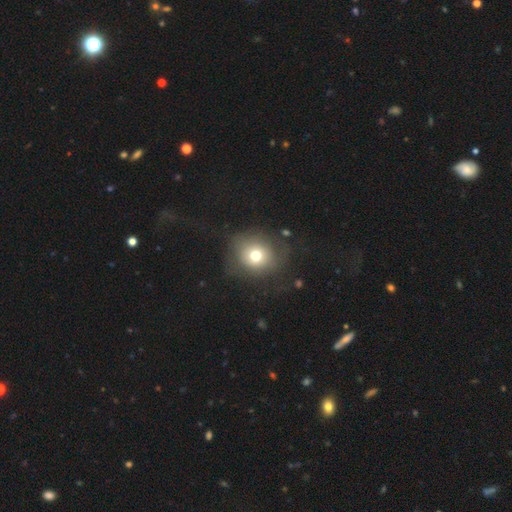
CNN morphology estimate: Smooth or featured? smooth (69%)
How rounded? round (82%)
Merging? none (67%)